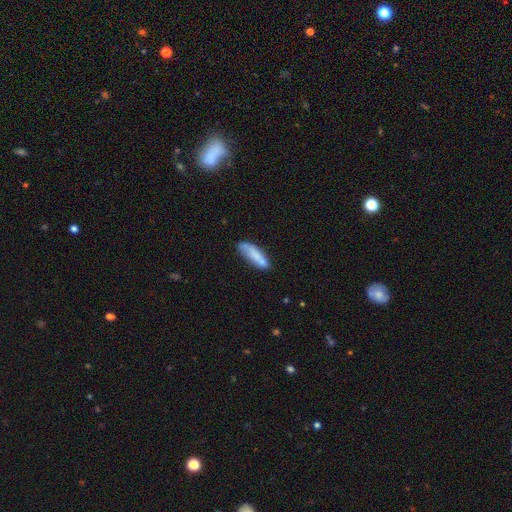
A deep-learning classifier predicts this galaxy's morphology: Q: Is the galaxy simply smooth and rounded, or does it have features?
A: smooth — 77%.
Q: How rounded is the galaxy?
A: cigar-shaped — 60%.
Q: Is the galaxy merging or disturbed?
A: none — 59%.